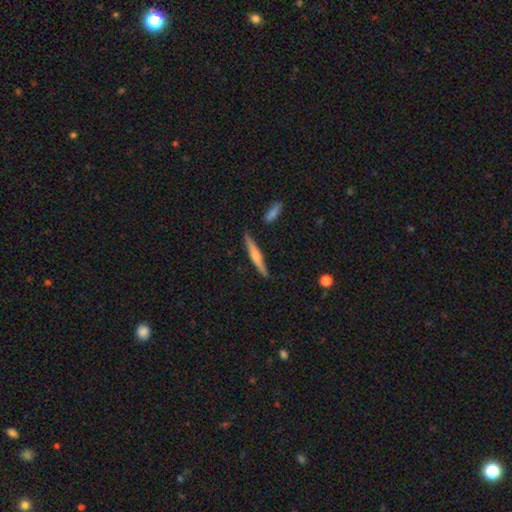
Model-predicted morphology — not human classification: featured or disk 49%, smooth 45%, star or artifact 6%. Down the decision tree: merging — none (86%).